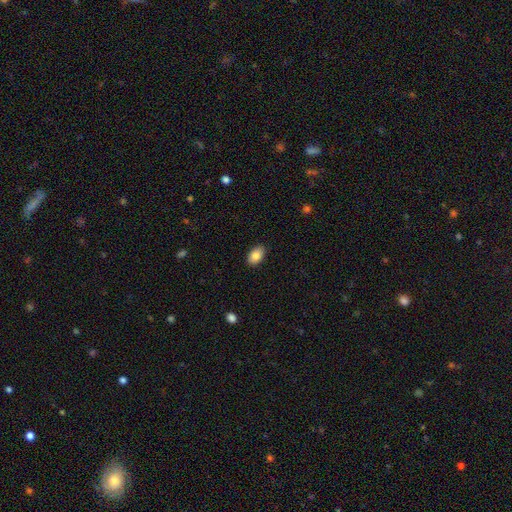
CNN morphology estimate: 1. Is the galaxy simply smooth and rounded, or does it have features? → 85% smooth, 8% featured or disk, 7% star or artifact.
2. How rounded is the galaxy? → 91% in between, 7% round, 1% cigar-shaped.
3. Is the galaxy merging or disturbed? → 89% none, 9% minor disturbance, 2% major disturbance, 1% merger.